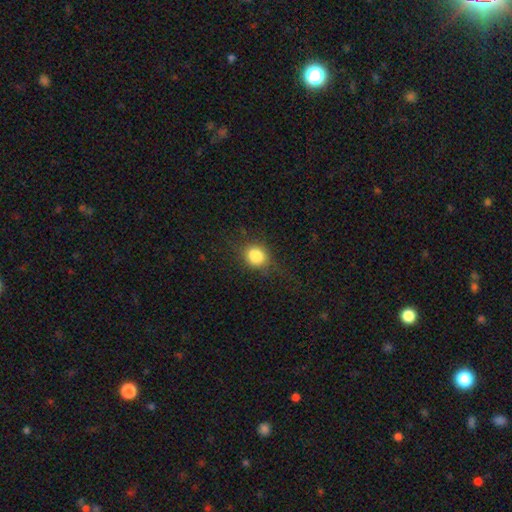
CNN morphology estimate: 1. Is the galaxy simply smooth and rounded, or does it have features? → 81% smooth, 11% star or artifact, 8% featured or disk.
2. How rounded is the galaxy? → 56% round, 42% in between, 2% cigar-shaped.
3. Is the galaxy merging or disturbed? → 68% none, 20% minor disturbance, 10% major disturbance, 2% merger.